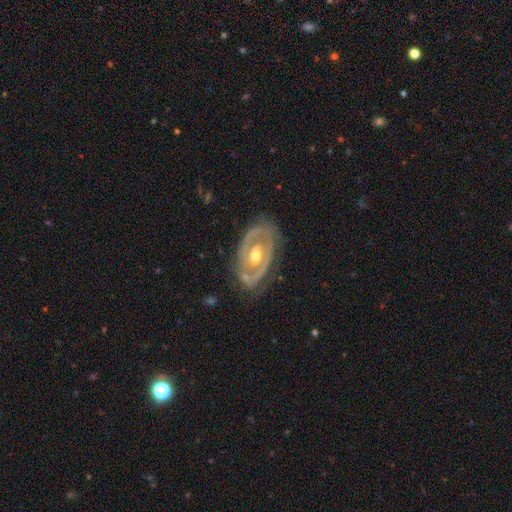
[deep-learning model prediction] This appears to be a featured or disk galaxy (84%) with no bar (54%), 2 (65%) tight (58%) spiral arms (75%) and a moderate central bulge (73%). Merging: none (73%).